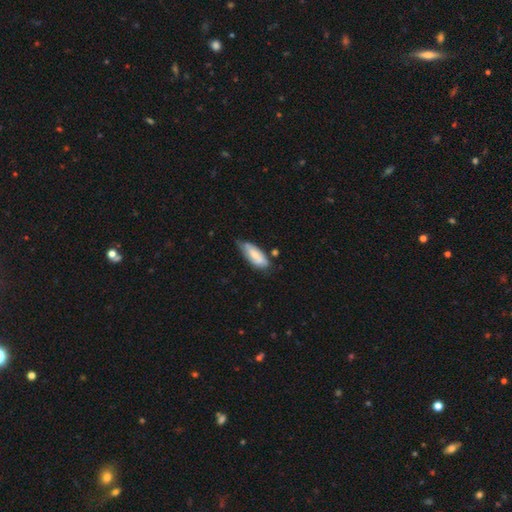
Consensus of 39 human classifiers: smooth 49%, featured or disk 44%, star or artifact 8%. Down the decision tree: how rounded — in between (79%); merging — none (47%).